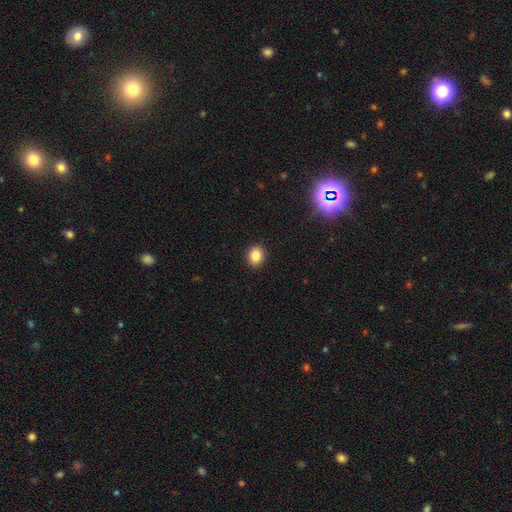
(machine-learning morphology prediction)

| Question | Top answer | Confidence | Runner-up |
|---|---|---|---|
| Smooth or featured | smooth | 84% | star or artifact (10%) |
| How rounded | round | 60% | in between (39%) |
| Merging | none | 91% | minor disturbance (6%) |